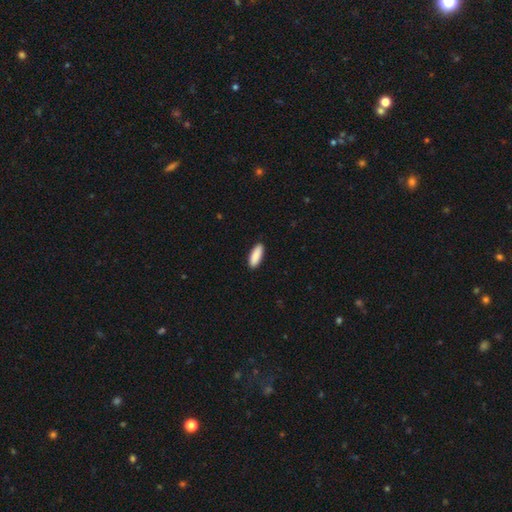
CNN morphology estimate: Smooth or featured: smooth — 90% (star or artifact — 5%)
How rounded: in between — 65% (cigar-shaped — 33%)
Merging: none — 90% (minor disturbance — 8%)